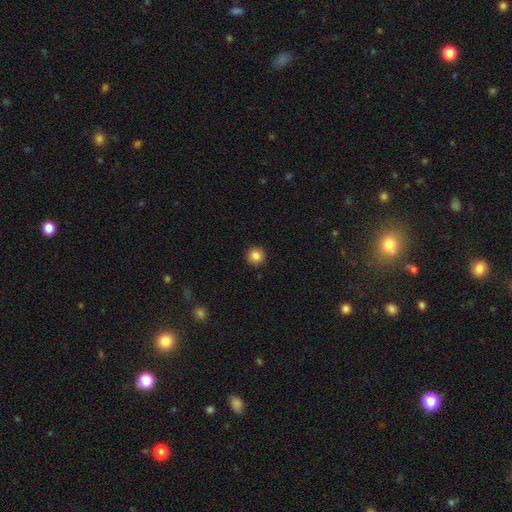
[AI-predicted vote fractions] Smooth or featured: smooth — 85% (star or artifact — 10%)
How rounded: round — 95% (in between — 4%)
Merging: none — 92% (minor disturbance — 5%)